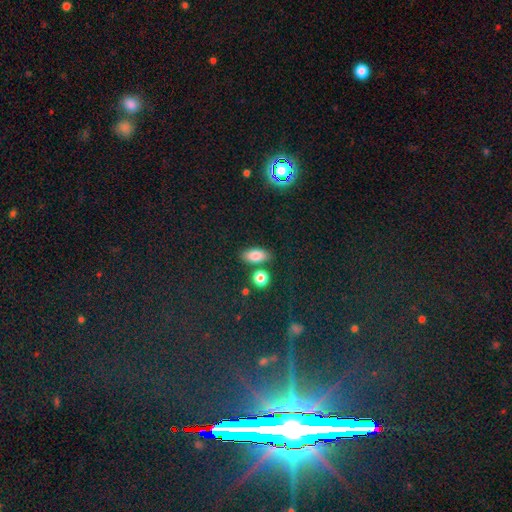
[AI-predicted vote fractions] Overall: smooth (82%). How rounded: in between (85%). Merging: none (76%).